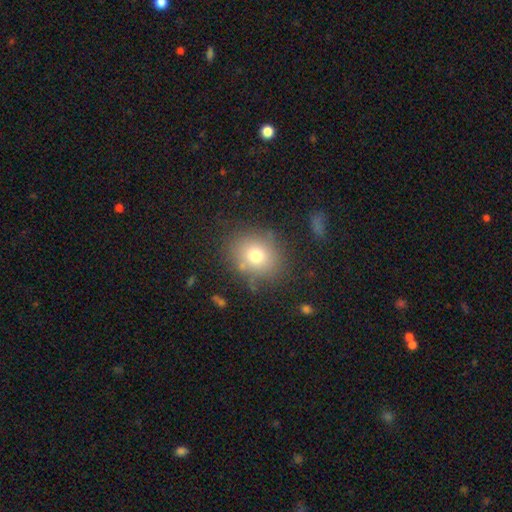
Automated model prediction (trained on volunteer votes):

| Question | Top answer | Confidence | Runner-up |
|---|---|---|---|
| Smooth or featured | smooth | 74% | featured or disk (14%) |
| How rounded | round | 62% | in between (37%) |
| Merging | none | 79% | minor disturbance (13%) |